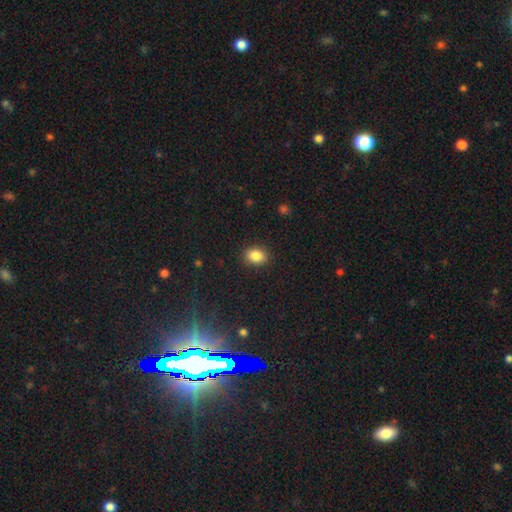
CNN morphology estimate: Smooth or featured: smooth — 86% (star or artifact — 9%)
How rounded: in between — 71% (round — 28%)
Merging: none — 89% (minor disturbance — 8%)